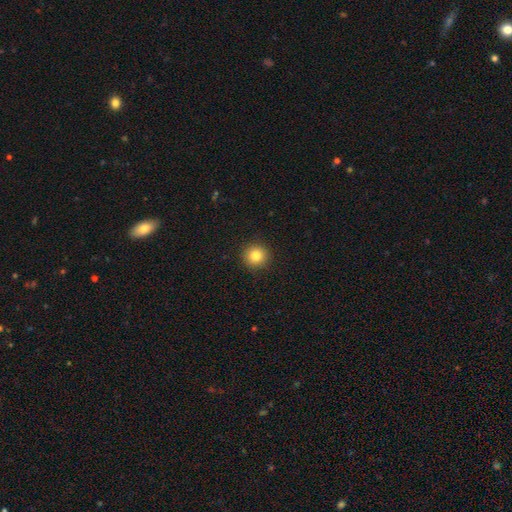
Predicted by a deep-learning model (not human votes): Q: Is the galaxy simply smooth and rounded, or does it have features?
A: smooth — 83%.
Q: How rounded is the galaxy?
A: round — 94%.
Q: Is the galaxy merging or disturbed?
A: none — 92%.